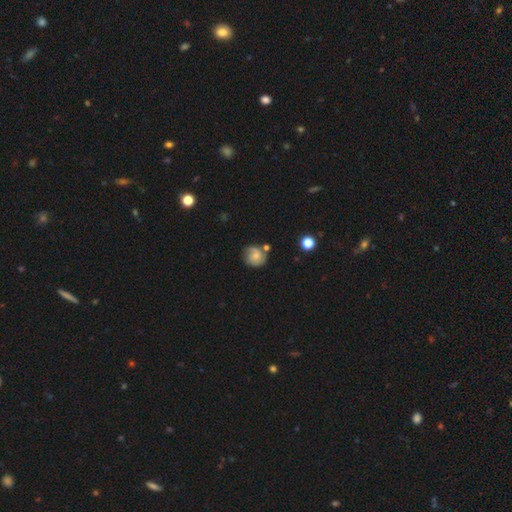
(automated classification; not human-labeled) smooth_or_featured: featured or disk (p=0.50) [alt: smooth p=0.41]
merging: none (p=0.60) [alt: minor disturbance p=0.22]